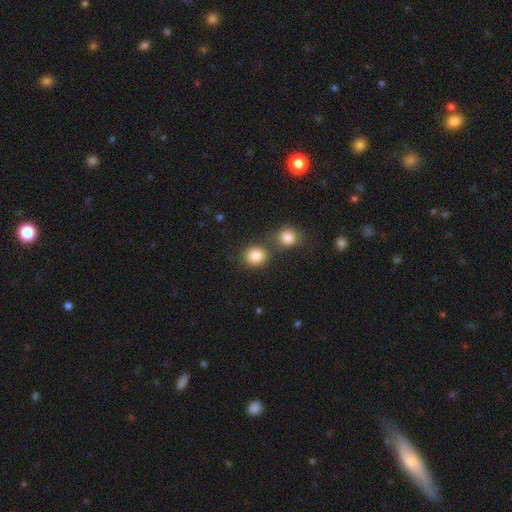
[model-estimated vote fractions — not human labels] The model was most divided on "merging": none: 59%, merger: 30%, minor disturbance: 8%, major disturbance: 3%. More confident: how rounded — round (86%); smooth or featured — smooth (84%).